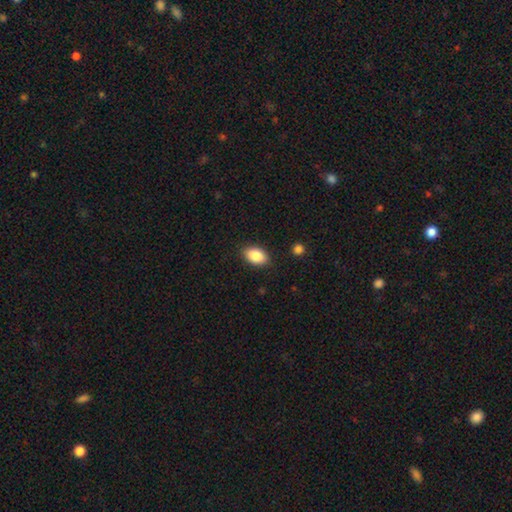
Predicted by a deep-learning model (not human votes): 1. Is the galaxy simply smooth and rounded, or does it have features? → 87% smooth, 7% star or artifact, 6% featured or disk.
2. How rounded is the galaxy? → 89% in between, 10% round, 1% cigar-shaped.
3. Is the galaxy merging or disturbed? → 87% none, 10% minor disturbance, 2% major disturbance, 1% merger.